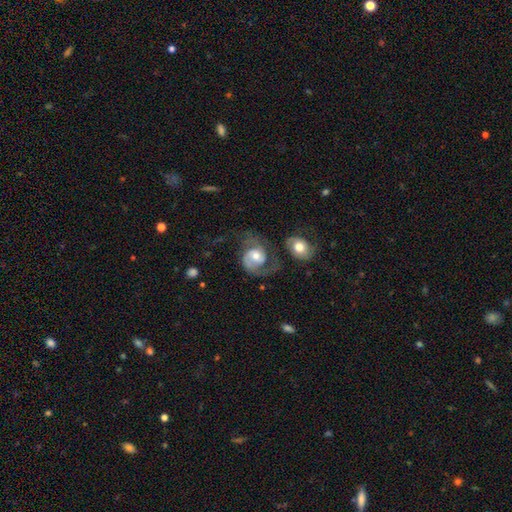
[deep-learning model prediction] Smooth or featured?
  - featured or disk: 75% *
  - smooth: 19%
  - star or artifact: 6%
Edge-on disk?
  - no: 97% *
  - yes: 3%
Bar?
  - no: 60% *
  - weak: 32%
  - strong: 8%
Spiral arms?
  - yes: 91% *
  - no: 9%
Spiral winding?
  - medium: 48% *
  - tight: 26%
  - loose: 26%
Spiral arm count?
  - 2: 72% *
  - 1: 16%
  - can't tell: 8%
  - 3: 2%
  - 4: 1%
  - more than 4: 1%
Bulge size?
  - moderate: 67% *
  - small: 22%
  - large: 8%
  - none: 1%
  - dominant: 1%
Merging?
  - none: 40% *
  - major disturbance: 28%
  - minor disturbance: 18%
  - merger: 14%